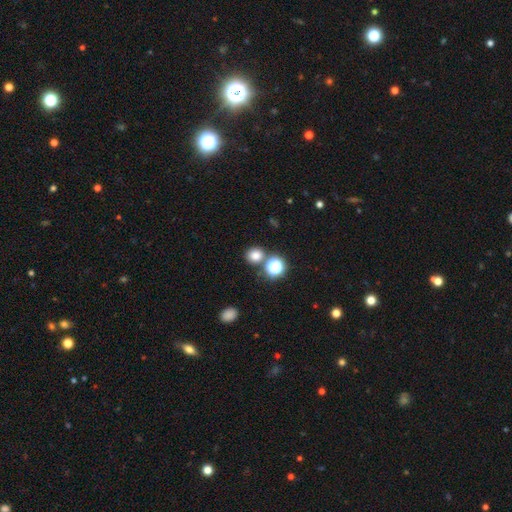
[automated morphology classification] Smooth or featured?
  - smooth: 77% *
  - star or artifact: 18%
  - featured or disk: 5%
How rounded?
  - round: 79% *
  - in between: 20%
  - cigar-shaped: 1%
Merging?
  - none: 73% *
  - merger: 16%
  - minor disturbance: 8%
  - major disturbance: 3%